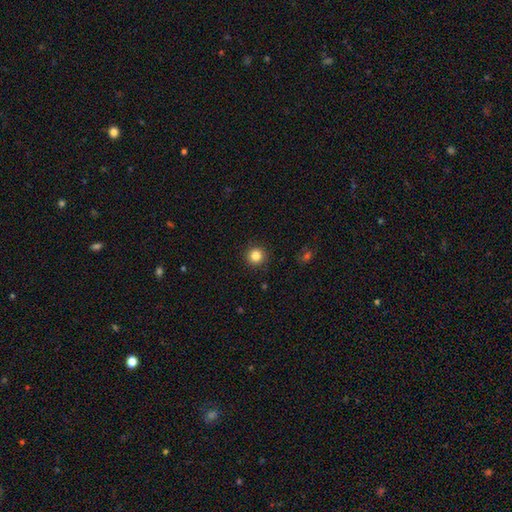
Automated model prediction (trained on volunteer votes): Smooth or featured: smooth — 83% (star or artifact — 12%)
How rounded: round — 95% (in between — 4%)
Merging: none — 92% (minor disturbance — 5%)